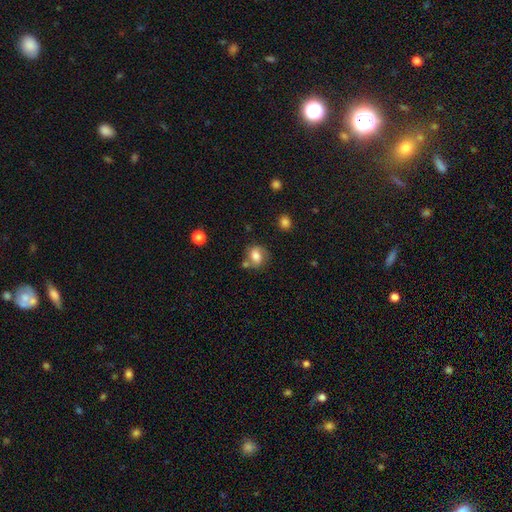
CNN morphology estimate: smooth-or-featured: smooth: 70% | featured or disk: 20% | star or artifact: 10%
  how-rounded: round: 53% | in between: 46% | cigar-shaped: 1%
  merging: none: 57% | minor disturbance: 19% | merger: 17% | major disturbance: 7%